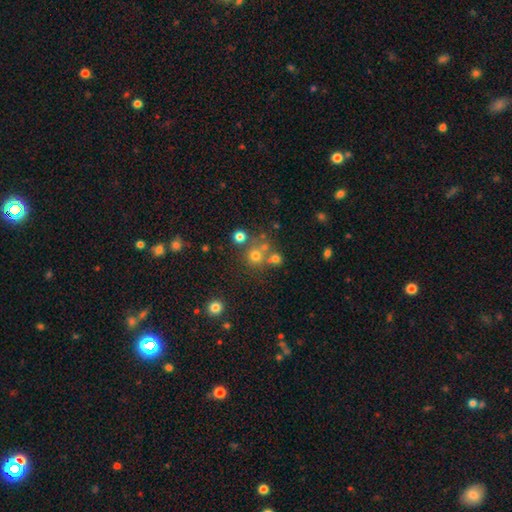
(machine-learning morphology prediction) Smooth or featured: smooth — 68% (star or artifact — 21%)
How rounded: round — 90% (in between — 9%)
Merging: none — 62% (merger — 25%)